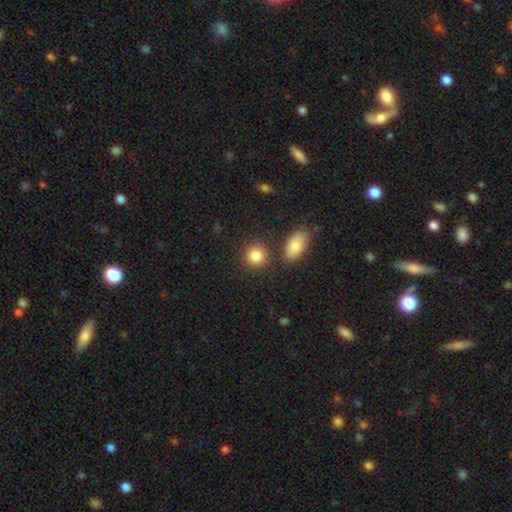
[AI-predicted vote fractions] Smooth or featured: smooth — 87% (star or artifact — 8%)
How rounded: round — 80% (in between — 18%)
Merging: none — 80% (minor disturbance — 9%)